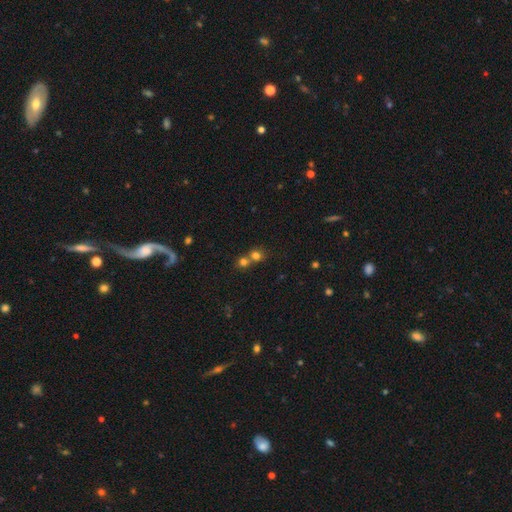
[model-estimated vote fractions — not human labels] Q: Smooth or featured?
A: smooth (75%); runner-up: star or artifact (15%)
Q: How rounded?
A: round (80%); runner-up: in between (19%)
Q: Merging?
A: merger (54%); runner-up: none (39%)